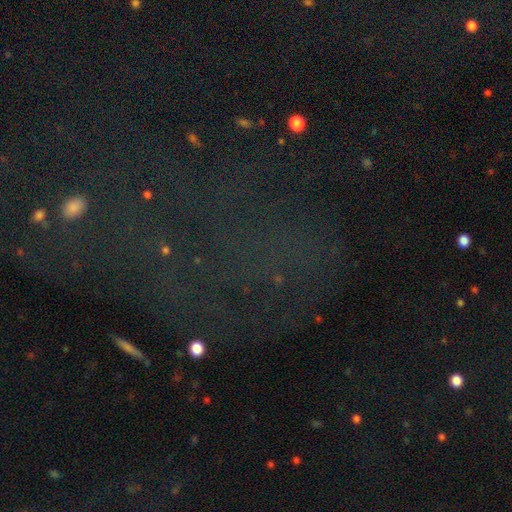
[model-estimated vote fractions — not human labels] star or artifact 72%, smooth 15%, featured or disk 13%.